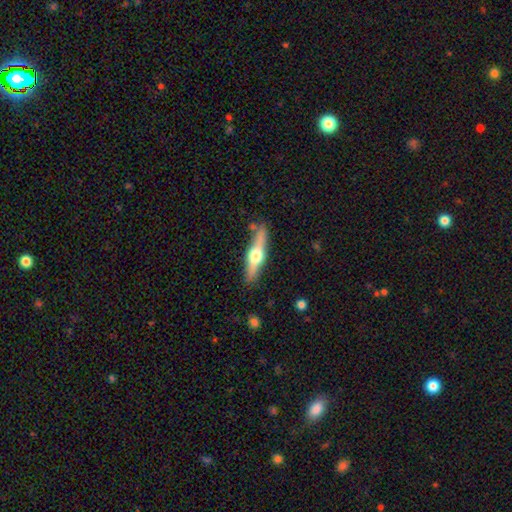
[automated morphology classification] featured or disk 66%, smooth 29%, star or artifact 5%. Down the decision tree: edge-on disk — yes (96%); edge-on bulge — rounded (96%); merging — none (84%).